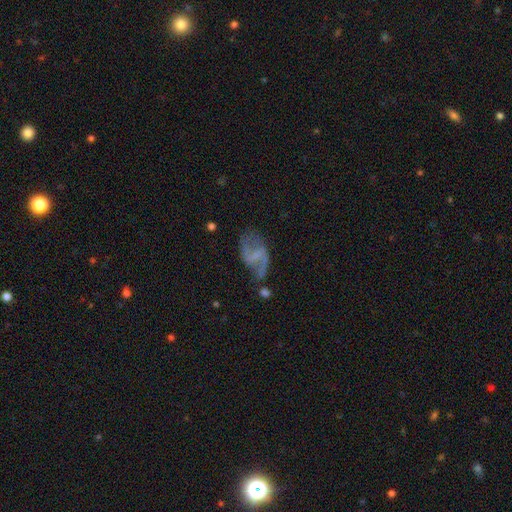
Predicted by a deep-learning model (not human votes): Smooth or featured? featured or disk (76%)
Edge-on disk? no (97%)
Bar? weak (48%)
Spiral arms? yes (85%)
Spiral winding? loose (59%)
Spiral arm count? 2 (85%)
Bulge size? none (50%)
Merging? none (52%)